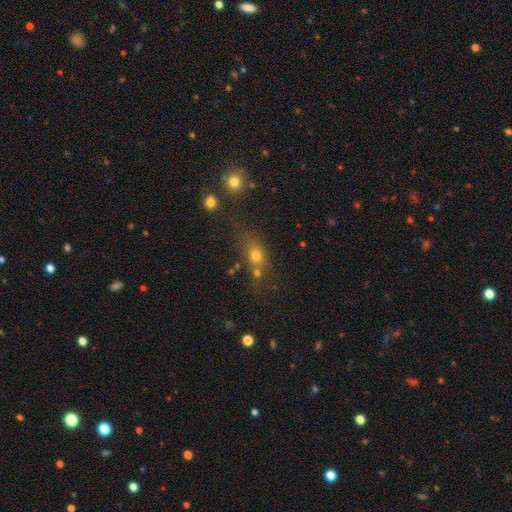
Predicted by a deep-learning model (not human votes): Smooth or featured? smooth (66%)
How rounded? round (47%)
Merging? none (54%)